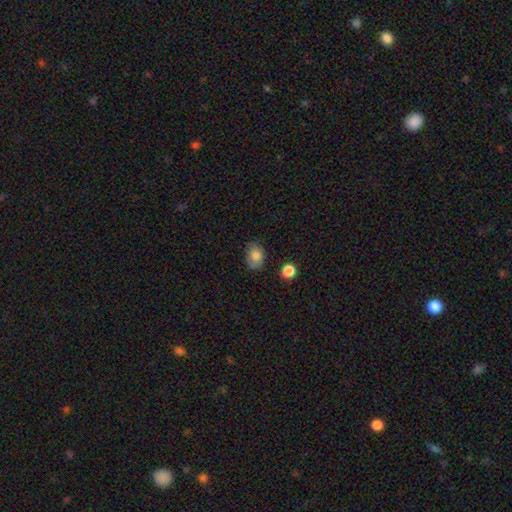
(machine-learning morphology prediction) Smooth or featured? Predicted: smooth (p=0.80). How rounded? Predicted: in between (p=0.70). Merging? Predicted: none (p=0.75).